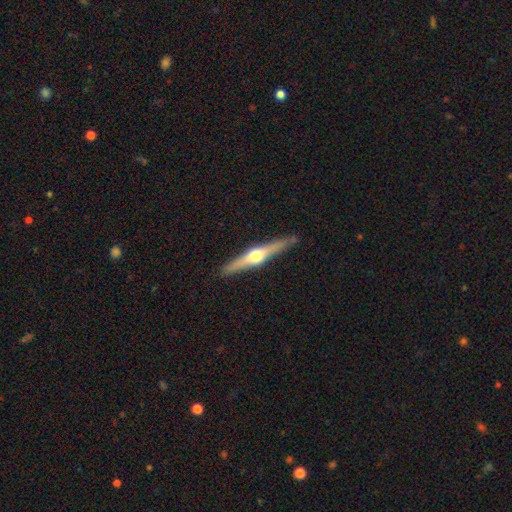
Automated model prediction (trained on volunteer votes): Smooth or featured? featured or disk (74%)
Edge-on disk? yes (98%)
Edge-on bulge? rounded (95%)
Merging? none (89%)